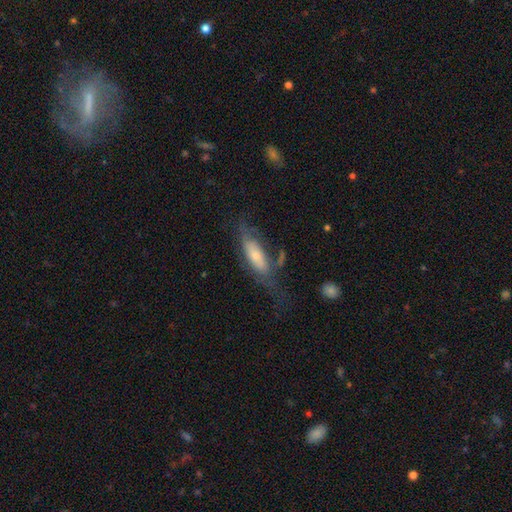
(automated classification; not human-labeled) smooth 50%, featured or disk 43%, star or artifact 8%. Down the decision tree: merging — none (36%).